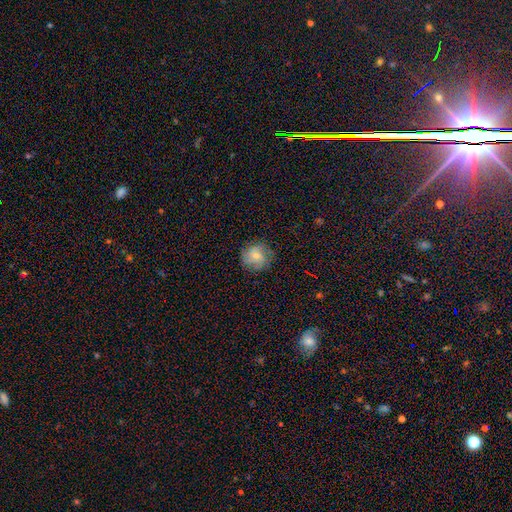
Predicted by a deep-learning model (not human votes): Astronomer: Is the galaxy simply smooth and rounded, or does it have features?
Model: smooth — 58%.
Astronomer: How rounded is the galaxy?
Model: round — 87%.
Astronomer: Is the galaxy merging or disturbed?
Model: none — 79%.